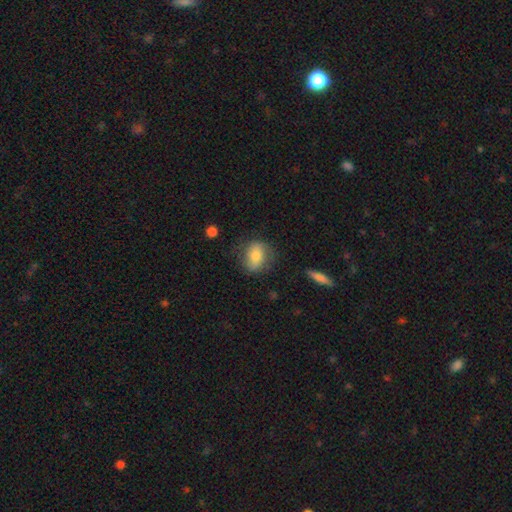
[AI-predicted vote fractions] smooth 64%, featured or disk 28%, star or artifact 7%. Down the decision tree: how rounded — in between (55%); merging — none (67%).